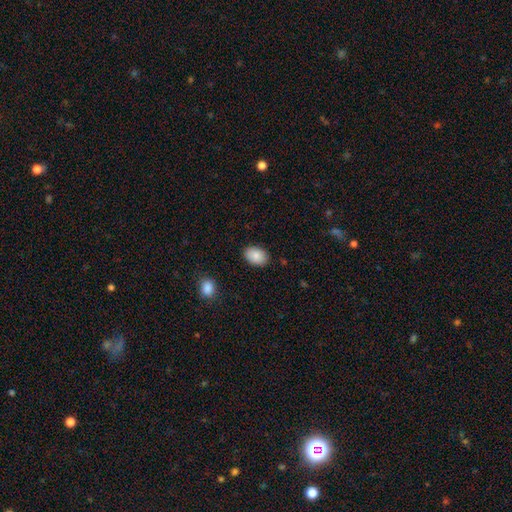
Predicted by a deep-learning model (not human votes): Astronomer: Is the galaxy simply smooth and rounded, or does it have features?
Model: smooth — 88%.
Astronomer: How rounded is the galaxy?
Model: in between — 85%.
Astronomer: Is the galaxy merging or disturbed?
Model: none — 87%.